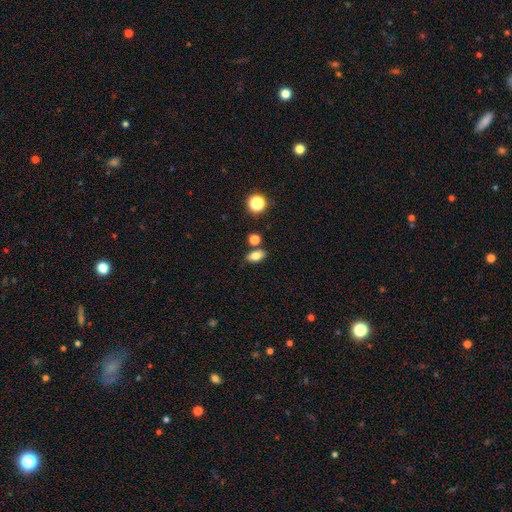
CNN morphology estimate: Q: Smooth or featured?
A: smooth (80%); runner-up: star or artifact (11%)
Q: How rounded?
A: in between (83%); runner-up: round (13%)
Q: Merging?
A: none (76%); runner-up: minor disturbance (11%)